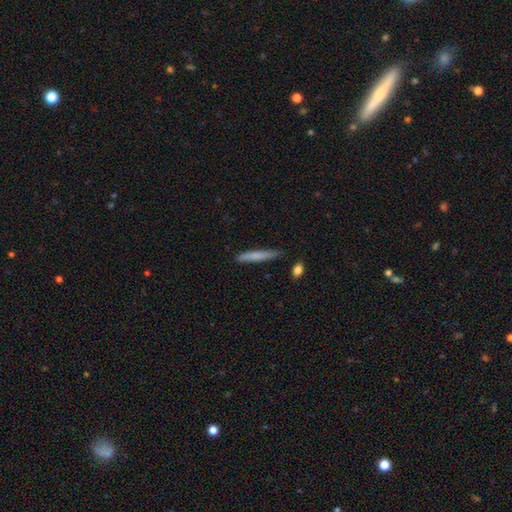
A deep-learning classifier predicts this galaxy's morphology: smooth_or_featured: smooth (p=0.73) [alt: featured or disk p=0.22]
how_rounded: cigar-shaped (p=0.94) [alt: in between p=0.05]
merging: none (p=0.82) [alt: minor disturbance p=0.14]